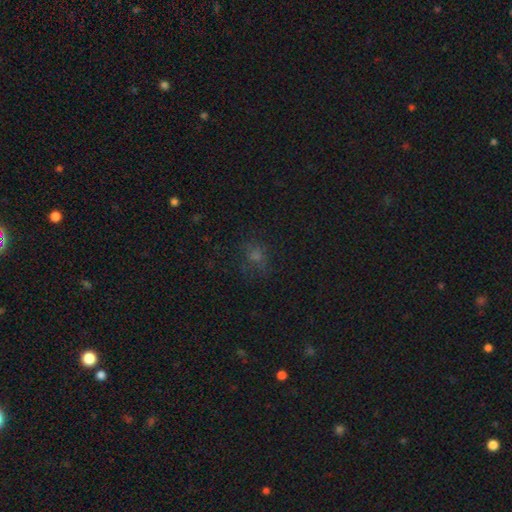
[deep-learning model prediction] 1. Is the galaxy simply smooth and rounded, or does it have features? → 54% smooth, 33% star or artifact, 12% featured or disk.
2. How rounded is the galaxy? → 60% round, 38% in between, 2% cigar-shaped.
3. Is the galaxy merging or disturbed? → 66% none, 19% minor disturbance, 12% major disturbance, 3% merger.